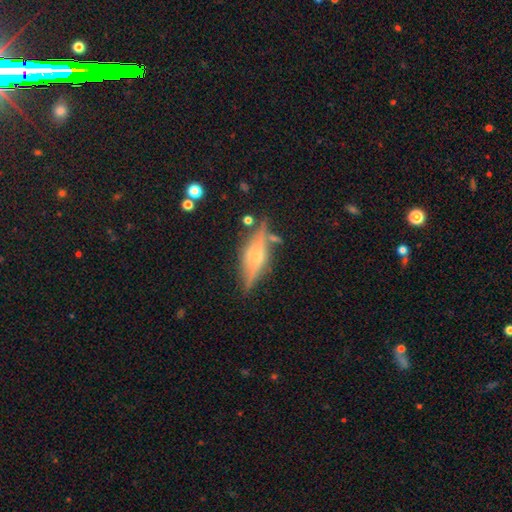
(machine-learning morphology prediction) type=featured or disk (72%); edge-on=yes (91%); edge-on bulge=rounded (82%); merging=none (77%).